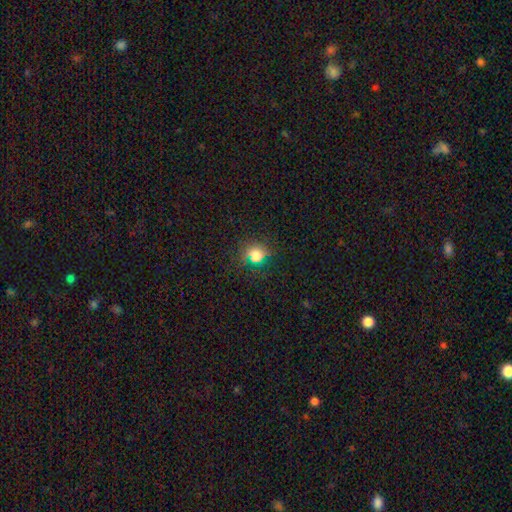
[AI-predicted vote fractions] A smooth galaxy with no disk features (71%) that is round (83%).

Vote fractions:
- Smooth or featured? smooth: 71% / star or artifact: 22% / featured or disk: 7%
- How rounded? round: 83% / in between: 15% / cigar-shaped: 1%
- Merging? none: 81% / minor disturbance: 13% / major disturbance: 5% / merger: 2%